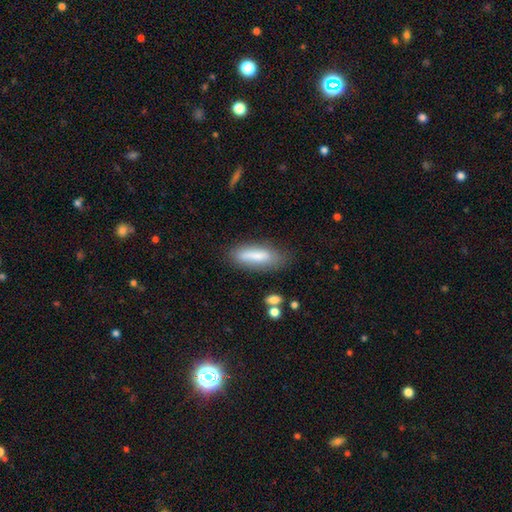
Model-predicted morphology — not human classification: The model was most divided on "how rounded": cigar-shaped: 50%, in between: 48%, round: 2%. More confident: smooth or featured — smooth (76%); merging — none (70%).